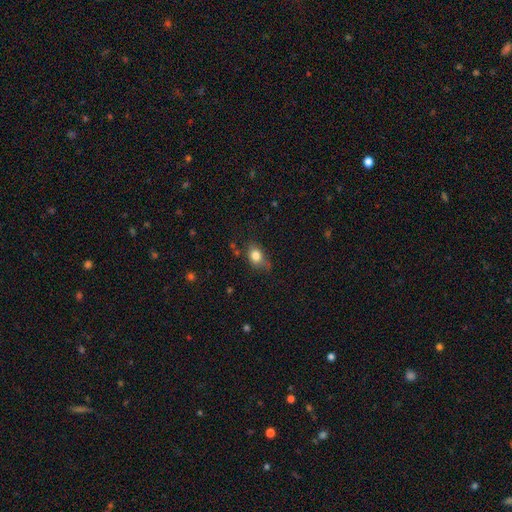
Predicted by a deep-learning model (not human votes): A smooth galaxy with no disk features (80%) that is in between round and cigar-shaped (65%).

Vote fractions:
- Smooth or featured? smooth: 80% / featured or disk: 10% / star or artifact: 10%
- How rounded? in between: 65% / round: 33% / cigar-shaped: 2%
- Merging? none: 61% / minor disturbance: 29% / major disturbance: 8% / merger: 3%